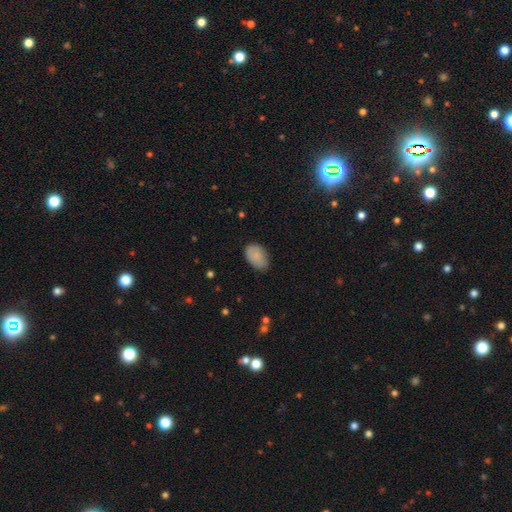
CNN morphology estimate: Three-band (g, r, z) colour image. It shows a smooth galaxy with no disk features (83%) that is in between round and cigar-shaped (90%). Merging: none (74%).